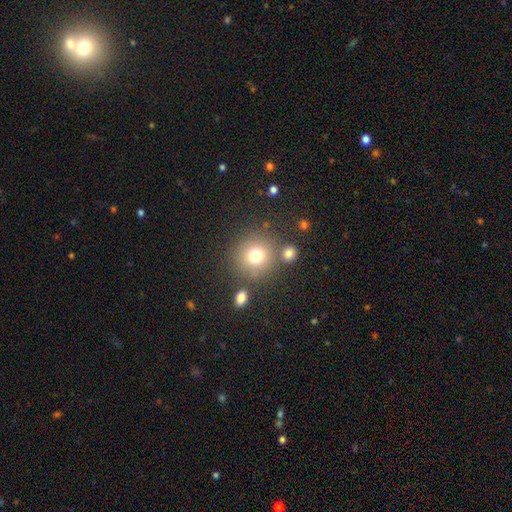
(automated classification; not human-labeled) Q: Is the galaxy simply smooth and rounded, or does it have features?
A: smooth — 75%.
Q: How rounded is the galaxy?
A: round — 89%.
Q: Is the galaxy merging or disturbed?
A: none — 75%.